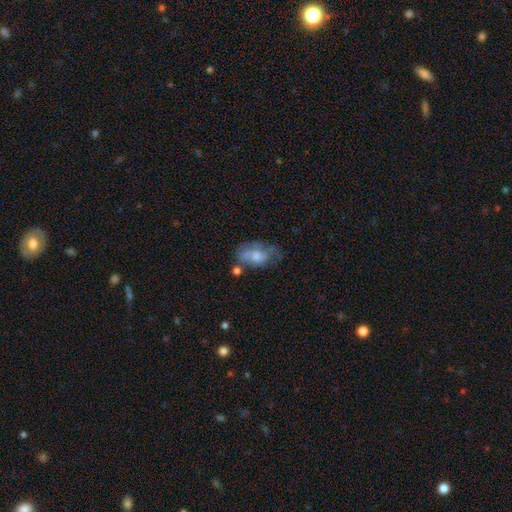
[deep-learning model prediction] A smooth galaxy with no disk features (58%) that is in between round and cigar-shaped (86%).

Vote fractions:
- Smooth or featured? smooth: 58% / featured or disk: 34% / star or artifact: 8%
- How rounded? in between: 86% / round: 12% / cigar-shaped: 2%
- Merging? none: 34% / minor disturbance: 27% / major disturbance: 21% / merger: 17%